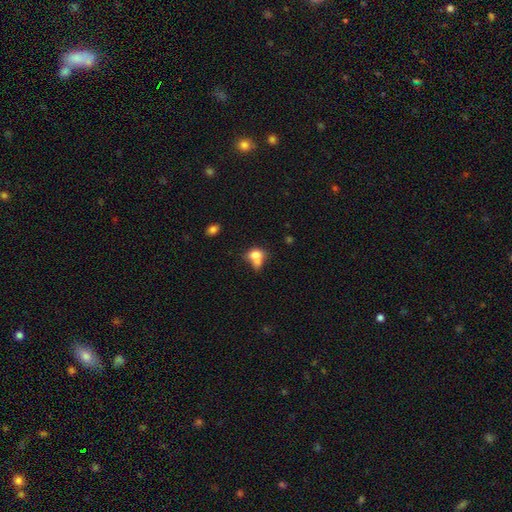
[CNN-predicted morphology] A smooth galaxy with no disk features (72%) that is in between round and cigar-shaped (58%). Merging: merger (33%).